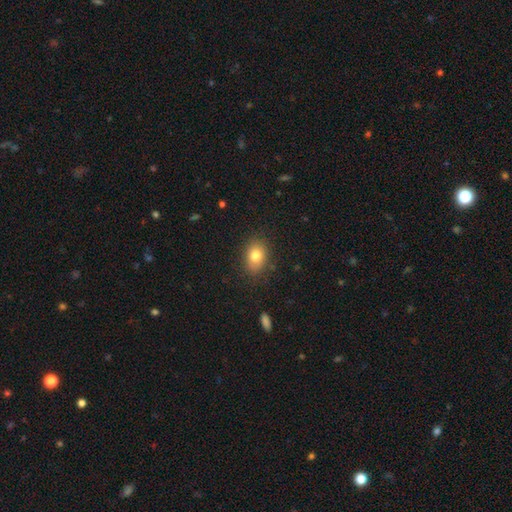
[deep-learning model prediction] smooth 79%, featured or disk 11%, star or artifact 10%. Down the decision tree: how rounded — in between (67%); merging — none (84%).